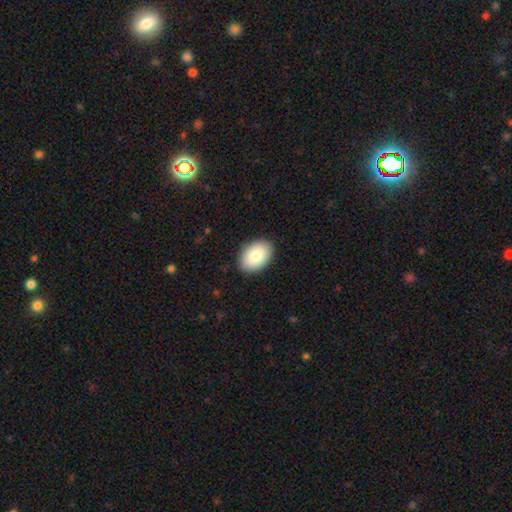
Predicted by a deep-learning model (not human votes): Overall: smooth (85%). How rounded: in between (88%). Merging: none (88%).